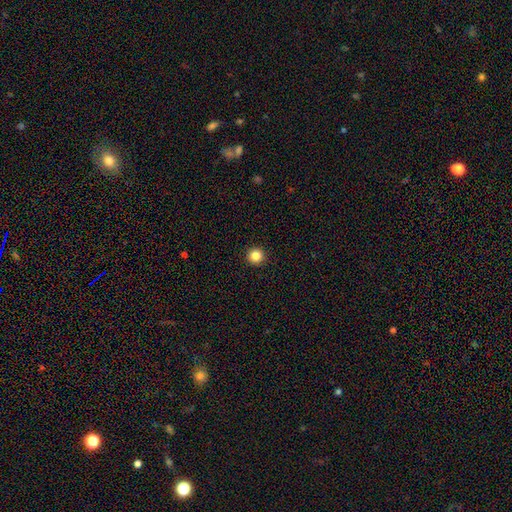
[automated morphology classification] Smooth or featured? Predicted: smooth (p=0.85). How rounded? Predicted: round (p=0.96). Merging? Predicted: none (p=0.94).